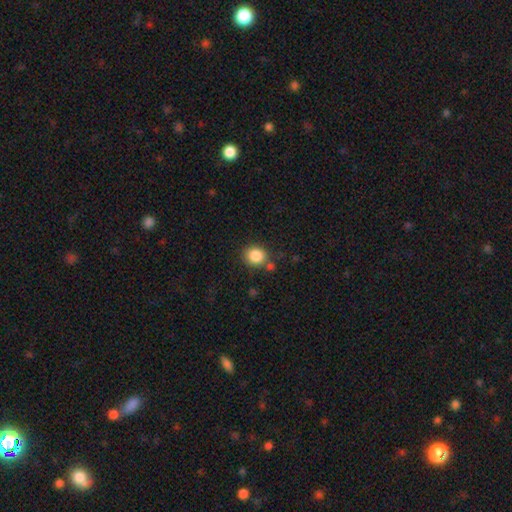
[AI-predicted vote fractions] This is clearly a smooth galaxy (86%). How rounded: likely round (79%). Merging: likely none (77%).